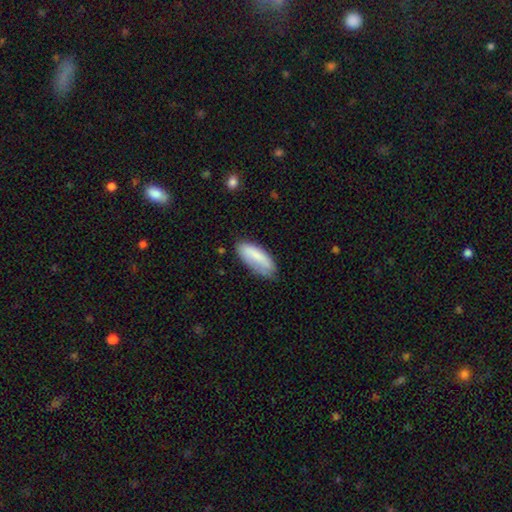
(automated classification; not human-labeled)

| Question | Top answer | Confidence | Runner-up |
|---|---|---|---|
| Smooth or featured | smooth | 78% | featured or disk (16%) |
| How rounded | in between | 74% | cigar-shaped (24%) |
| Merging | none | 61% | minor disturbance (29%) |